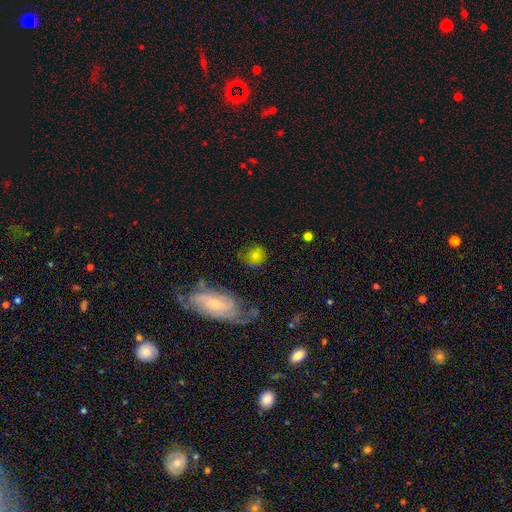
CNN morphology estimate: A smooth galaxy with no disk features (65%) that is round (70%). Merging: none (68%).